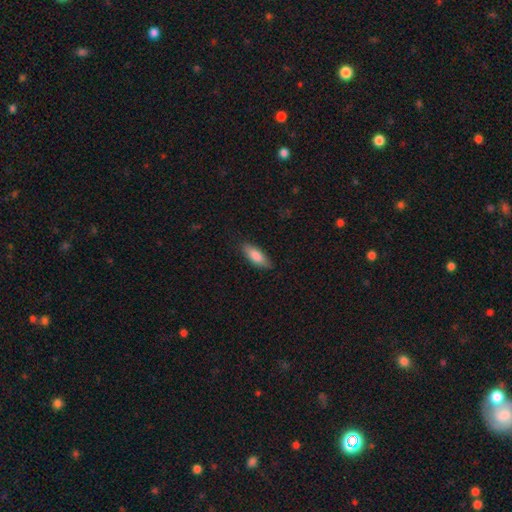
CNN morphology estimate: type=smooth (84%); roundness=in between (69%); merging=none (84%).